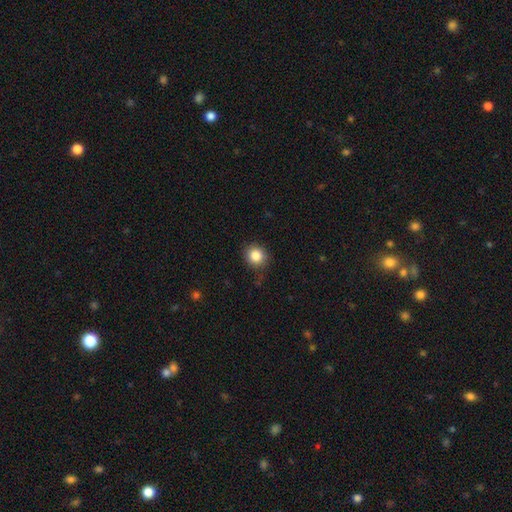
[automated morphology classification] Q: Smooth or featured?
A: smooth (85%); runner-up: star or artifact (10%)
Q: How rounded?
A: round (82%); runner-up: in between (17%)
Q: Merging?
A: none (82%); runner-up: minor disturbance (13%)